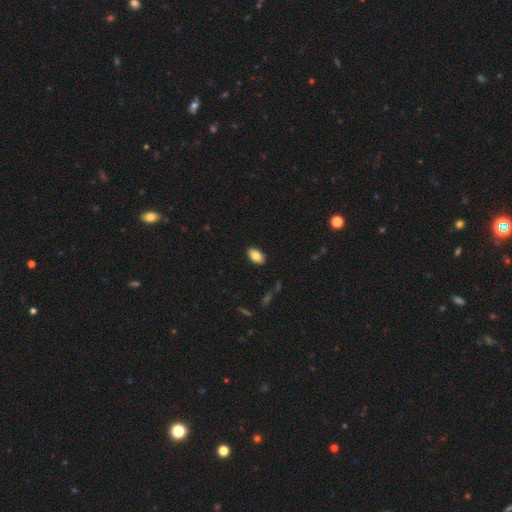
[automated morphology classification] Smooth or featured: smooth — 84% (featured or disk — 9%)
How rounded: in between — 93% (round — 4%)
Merging: none — 88% (minor disturbance — 9%)